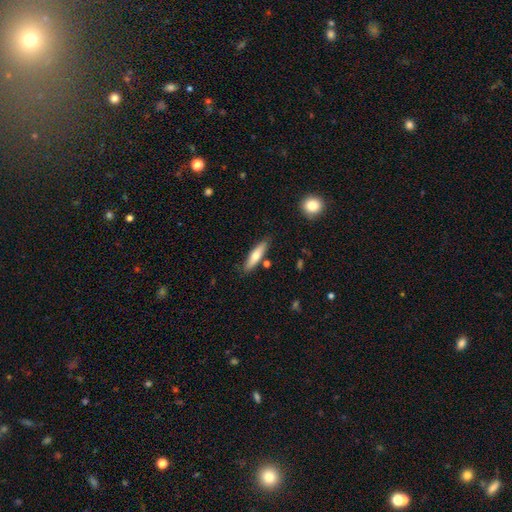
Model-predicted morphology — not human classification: A smooth galaxy with no disk features (64%) that is cigar-shaped (71%).

Vote fractions:
- Smooth or featured? smooth: 64% / featured or disk: 29% / star or artifact: 6%
- How rounded? cigar-shaped: 71% / in between: 27% / round: 2%
- Merging? none: 83% / minor disturbance: 11% / merger: 4% / major disturbance: 2%